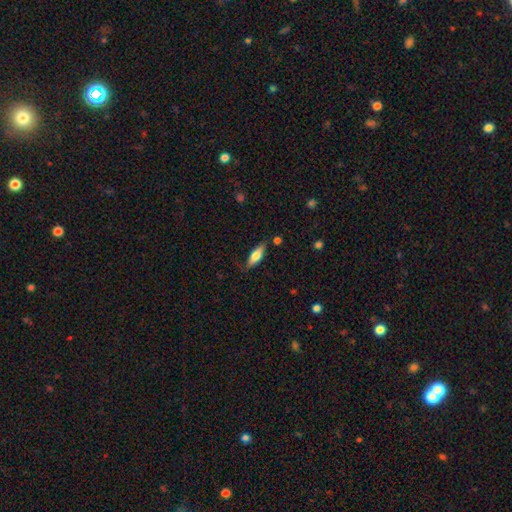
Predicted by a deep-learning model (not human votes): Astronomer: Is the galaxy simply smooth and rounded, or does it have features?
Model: smooth — 65%.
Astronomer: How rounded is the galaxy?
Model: in between — 54% (runner-up: cigar-shaped, 44%).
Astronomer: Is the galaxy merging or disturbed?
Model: none — 73%.